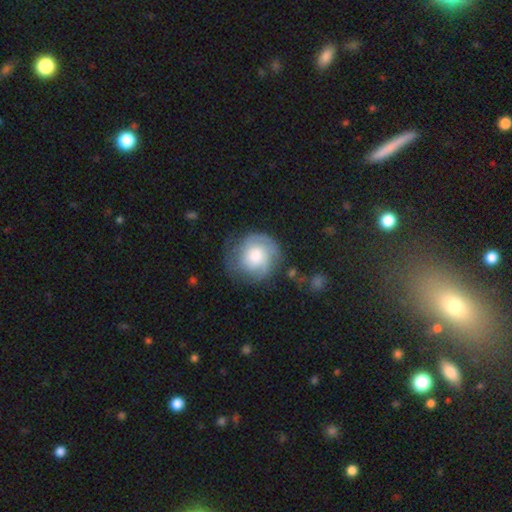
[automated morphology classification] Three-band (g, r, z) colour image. It shows a featured or disk galaxy (55%) with no bar (77%), spiral arms (85%) and a moderate central bulge (51%). Merging: none (66%).